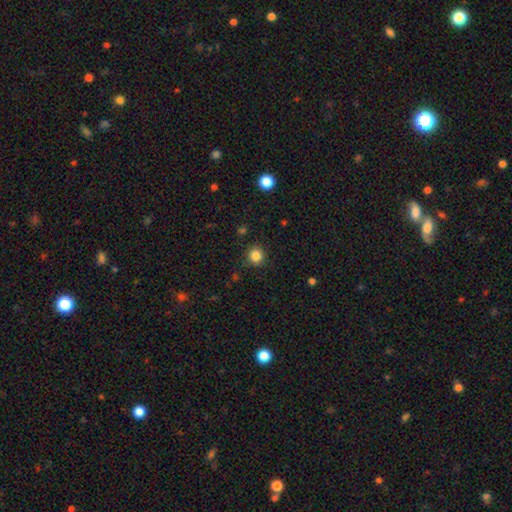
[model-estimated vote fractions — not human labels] A smooth galaxy with no disk features (85%) that is round (93%).

Vote fractions:
- Smooth or featured? smooth: 85% / star or artifact: 11% / featured or disk: 4%
- How rounded? round: 93% / in between: 6% / cigar-shaped: 1%
- Merging? none: 90% / minor disturbance: 7% / major disturbance: 2% / merger: 1%